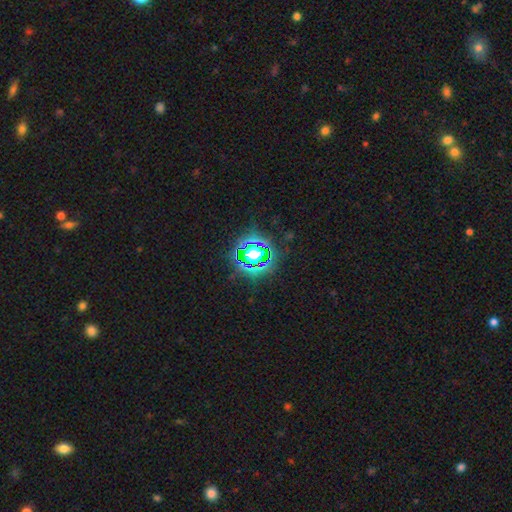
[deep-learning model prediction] smooth_or_featured: star or artifact (p=0.75) [alt: smooth p=0.16]